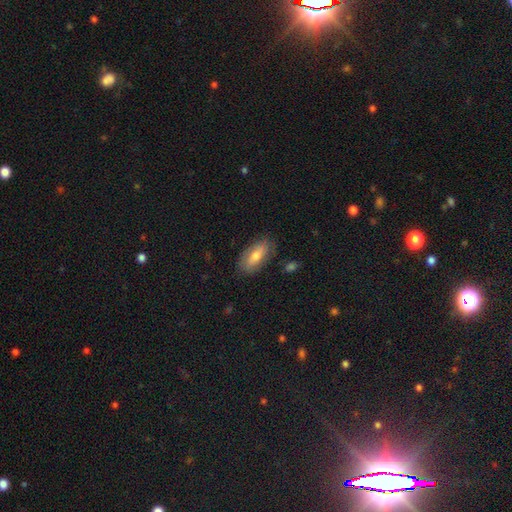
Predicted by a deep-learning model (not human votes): Smooth or featured?
  - smooth: 68% *
  - featured or disk: 25%
  - star or artifact: 7%
How rounded?
  - in between: 83% *
  - cigar-shaped: 14%
  - round: 3%
Merging?
  - none: 82% *
  - minor disturbance: 14%
  - major disturbance: 3%
  - merger: 1%